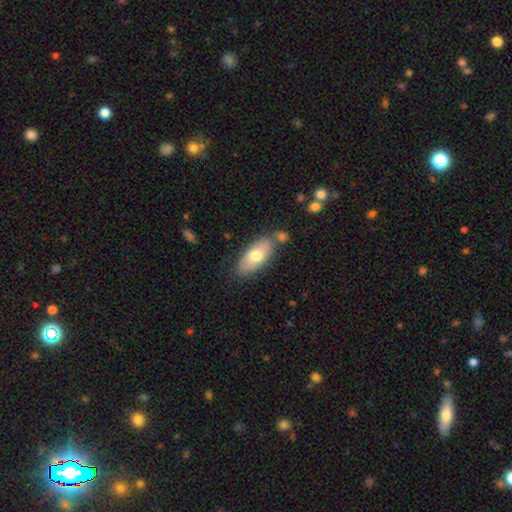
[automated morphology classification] This is likely a smooth galaxy (69%). How rounded: clearly in between (86%). Merging: likely none (67%).